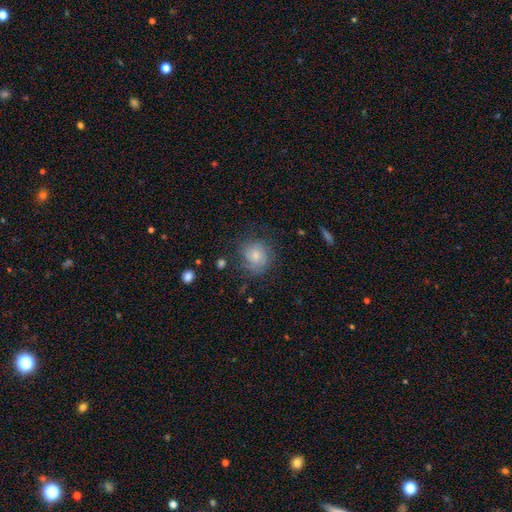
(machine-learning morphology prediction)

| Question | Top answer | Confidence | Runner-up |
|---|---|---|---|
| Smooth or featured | smooth | 61% | featured or disk (29%) |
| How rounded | round | 79% | in between (20%) |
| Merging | none | 66% | minor disturbance (22%) |